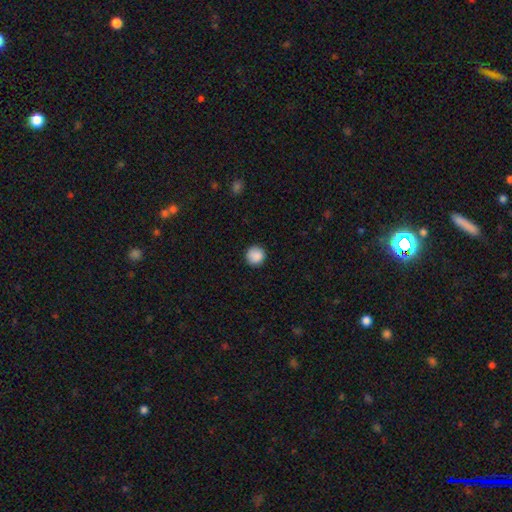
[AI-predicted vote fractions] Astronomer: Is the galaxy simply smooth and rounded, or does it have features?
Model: smooth — 89%.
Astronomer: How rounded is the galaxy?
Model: round — 95%.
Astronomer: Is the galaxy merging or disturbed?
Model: none — 91%.